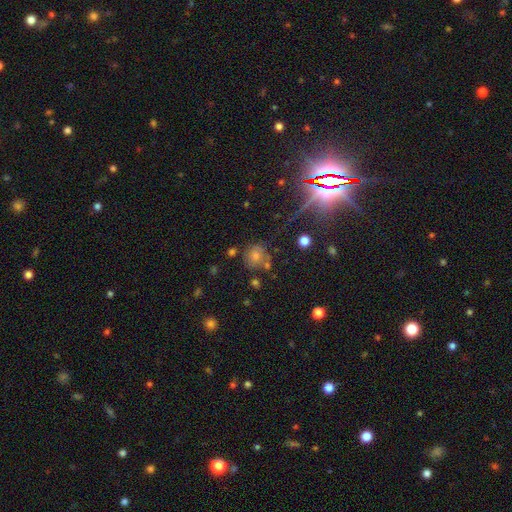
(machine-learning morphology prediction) Smooth or featured? Predicted: smooth (p=0.51). How rounded? Predicted: round (p=0.86). Merging? Predicted: none (p=0.71).